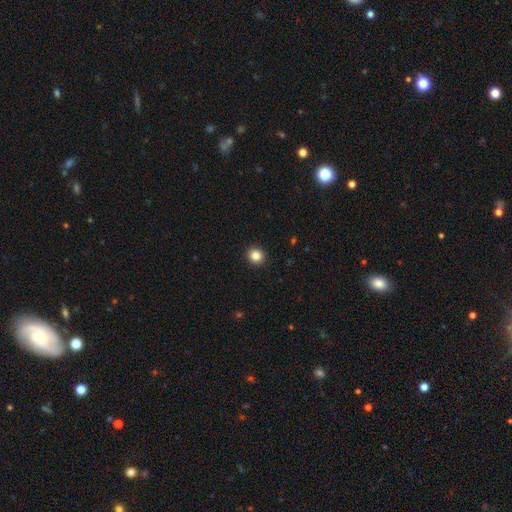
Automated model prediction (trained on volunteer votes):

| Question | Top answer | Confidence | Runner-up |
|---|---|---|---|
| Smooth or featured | smooth | 84% | star or artifact (11%) |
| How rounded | round | 90% | in between (9%) |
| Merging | none | 93% | minor disturbance (4%) |